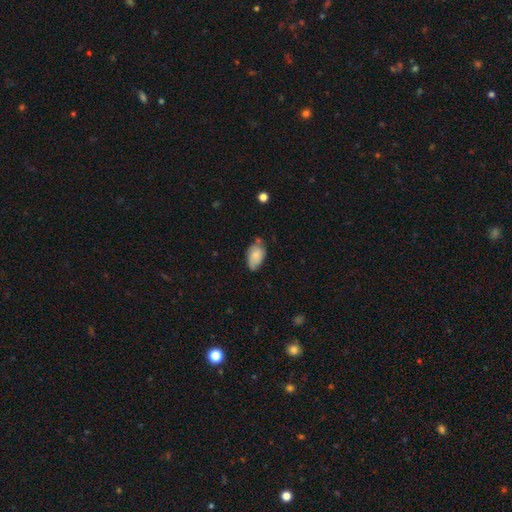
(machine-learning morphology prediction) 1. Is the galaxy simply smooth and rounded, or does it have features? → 79% smooth, 14% featured or disk, 7% star or artifact.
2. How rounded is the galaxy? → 92% in between, 6% round, 2% cigar-shaped.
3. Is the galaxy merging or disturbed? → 54% none, 34% minor disturbance, 6% major disturbance, 6% merger.